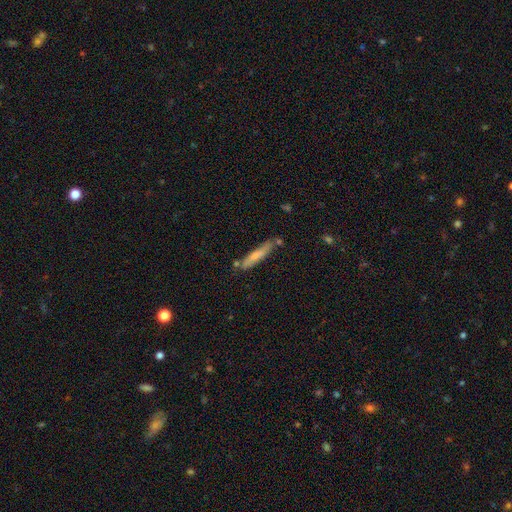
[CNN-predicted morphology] A smooth galaxy with no disk features (67%) that is cigar-shaped (89%).

Vote fractions:
- Smooth or featured? smooth: 67% / featured or disk: 27% / star or artifact: 6%
- How rounded? cigar-shaped: 89% / in between: 9% / round: 1%
- Merging? none: 71% / minor disturbance: 17% / merger: 8% / major disturbance: 4%